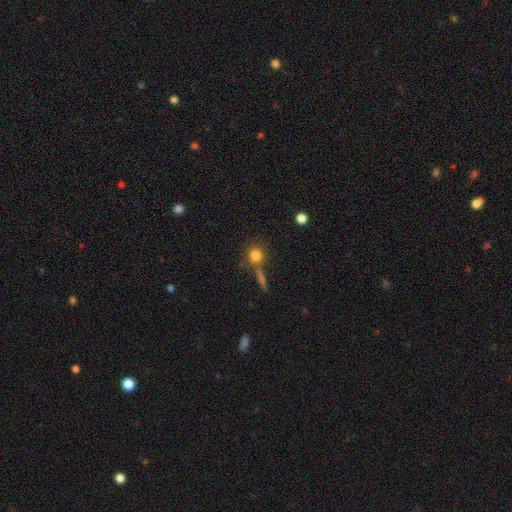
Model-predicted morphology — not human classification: A smooth galaxy with no disk features (80%) that is round (86%). Merging: none (68%).